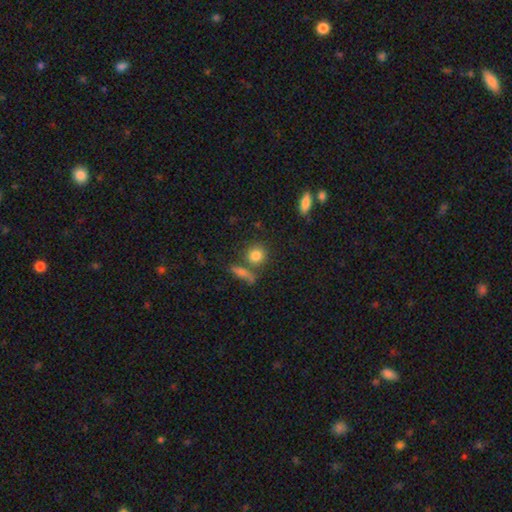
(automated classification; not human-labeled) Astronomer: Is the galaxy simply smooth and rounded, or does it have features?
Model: smooth — 81%.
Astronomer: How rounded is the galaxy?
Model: round — 78%.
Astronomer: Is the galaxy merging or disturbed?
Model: none — 64%.